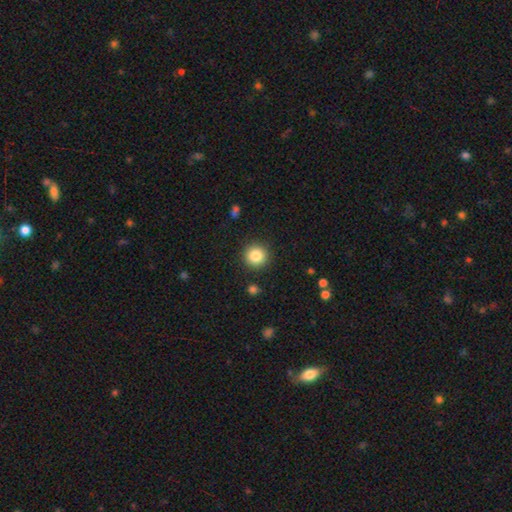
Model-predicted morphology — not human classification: A smooth galaxy with no disk features (84%) that is round (94%). Merging: none (90%).